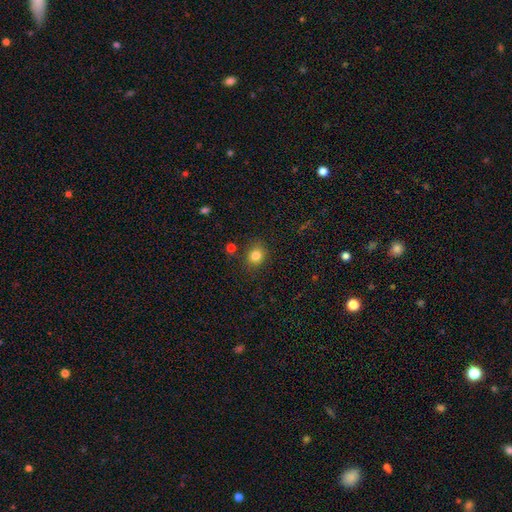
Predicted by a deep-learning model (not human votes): Overall: smooth (82%). How rounded: round (73%). Merging: none (82%).